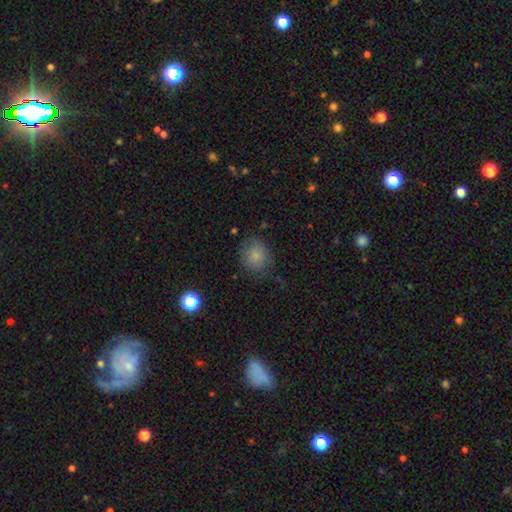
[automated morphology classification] Smooth or featured? Predicted: smooth (p=0.81). How rounded? Predicted: round (p=0.77). Merging? Predicted: none (p=0.70).